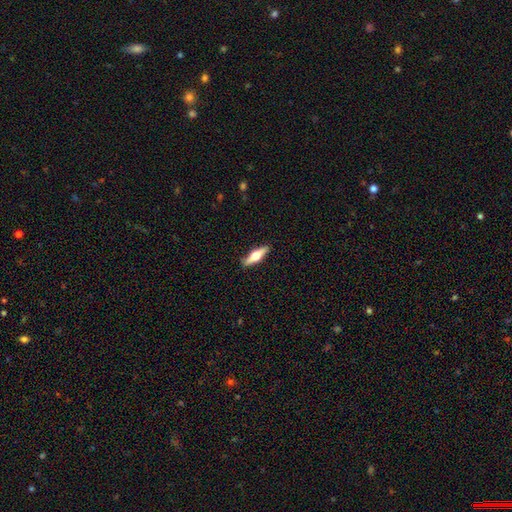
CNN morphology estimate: This appears to be a featured or disk galaxy (57%) viewed edge-on (95%) with a rounded central bulge (95%). Merging: none (89%).